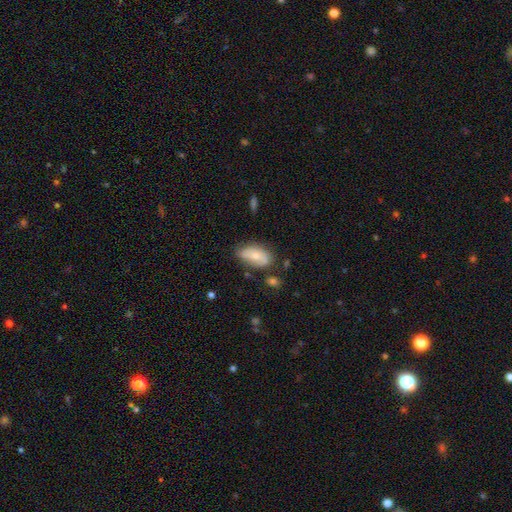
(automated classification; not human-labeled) Smooth or featured? Predicted: smooth (p=0.60). How rounded? Predicted: in between (p=0.92). Merging? Predicted: none (p=0.60).